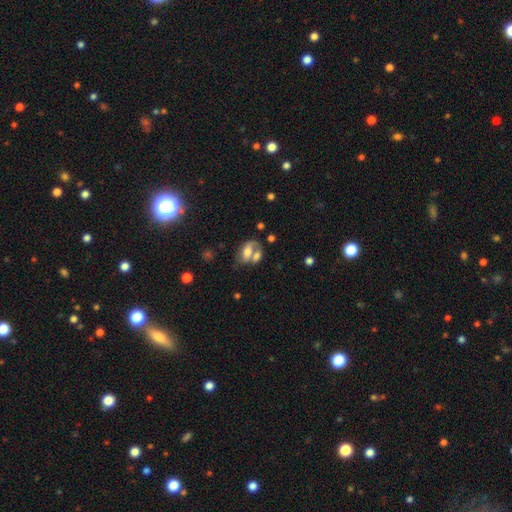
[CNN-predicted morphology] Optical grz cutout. It shows a star or artifact, not a galaxy (43%).